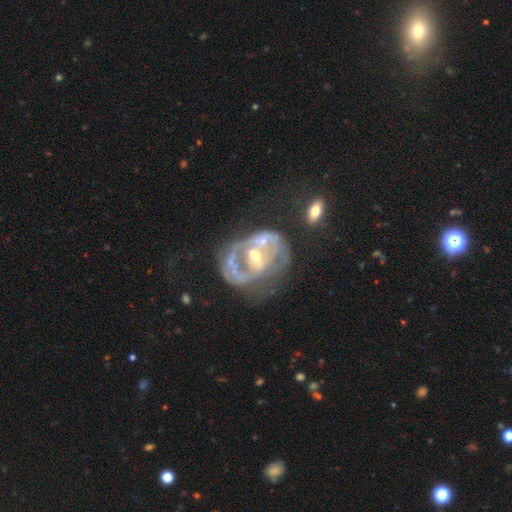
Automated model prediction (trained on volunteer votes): smooth-or-featured: featured or disk: 81% | smooth: 11% | star or artifact: 8%
  disk-edge-on: no: 97% | yes: 3%
    bar: no: 39% | weak: 36% | strong: 25%
    has-spiral-arms: yes: 63% | no: 37%
    bulge-size: moderate: 54% | small: 38% | large: 4% | none: 3% | dominant: 1%
  merging: none: 33% | major disturbance: 28% | merger: 22% | minor disturbance: 18%